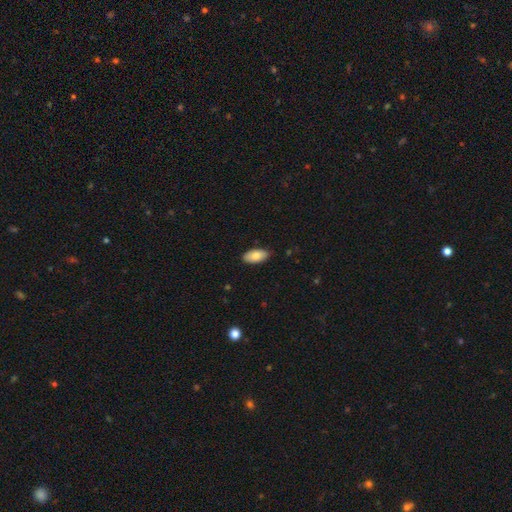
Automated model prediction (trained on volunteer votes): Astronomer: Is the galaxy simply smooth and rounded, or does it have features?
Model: smooth — 81%.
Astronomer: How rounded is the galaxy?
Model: in between — 94%.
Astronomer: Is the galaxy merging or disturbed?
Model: none — 87%.